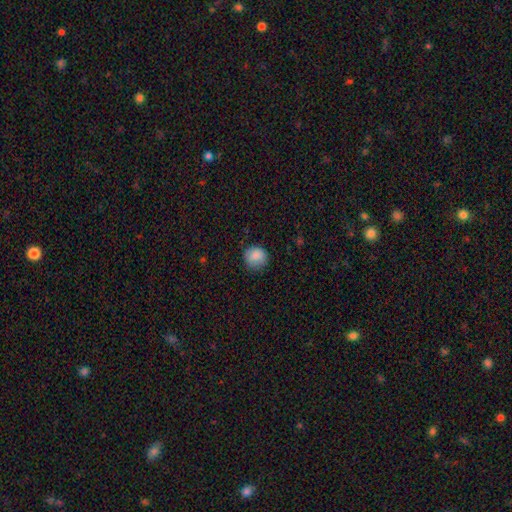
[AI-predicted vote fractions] Q: Smooth or featured?
A: smooth (86%); runner-up: star or artifact (8%)
Q: How rounded?
A: round (86%); runner-up: in between (13%)
Q: Merging?
A: none (80%); runner-up: minor disturbance (15%)